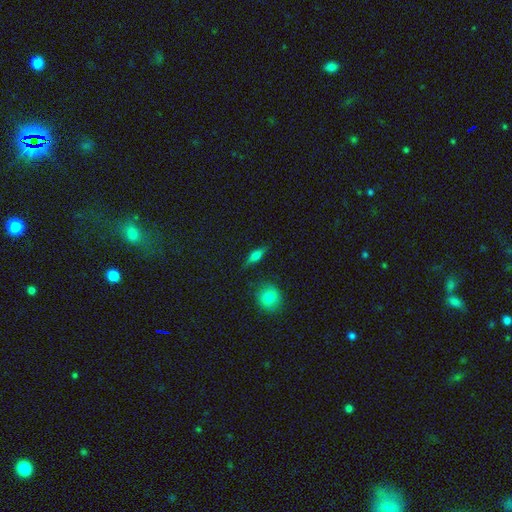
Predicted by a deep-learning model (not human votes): smooth_or_featured: smooth (p=0.58) [alt: featured or disk p=0.32]
how_rounded: in between (p=0.57) [alt: cigar-shaped p=0.34]
merging: none (p=0.82) [alt: minor disturbance p=0.12]